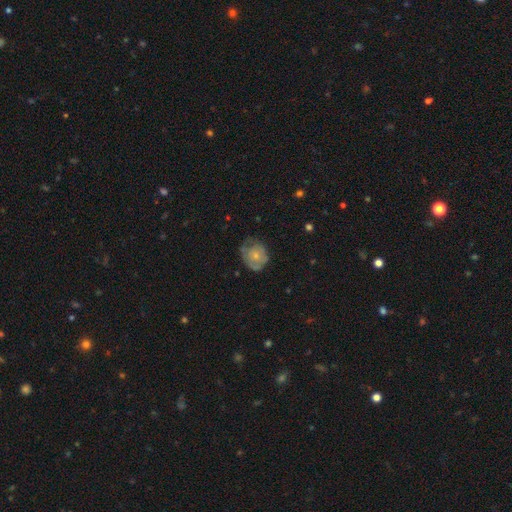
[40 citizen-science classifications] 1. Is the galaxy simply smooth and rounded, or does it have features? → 55% featured or disk, 42% smooth, 2% star or artifact.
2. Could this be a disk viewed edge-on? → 95% no, 5% yes.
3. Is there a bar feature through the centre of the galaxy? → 95% no, 5% weak, 0% strong.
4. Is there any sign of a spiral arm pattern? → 67% no, 33% yes.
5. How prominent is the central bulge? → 57% small, 43% moderate, 0% dominant, 0% large, 0% none.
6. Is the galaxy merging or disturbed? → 51% none, 28% minor disturbance, 21% major disturbance, 0% merger.